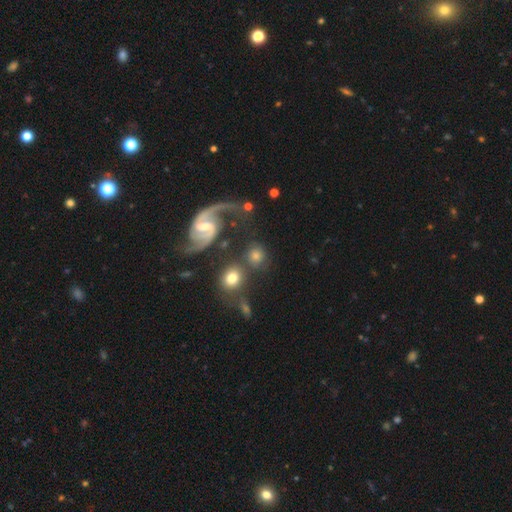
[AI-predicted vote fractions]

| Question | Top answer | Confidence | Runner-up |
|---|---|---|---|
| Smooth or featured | smooth | 48% | featured or disk (41%) |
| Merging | none | 65% | merger (14%) |